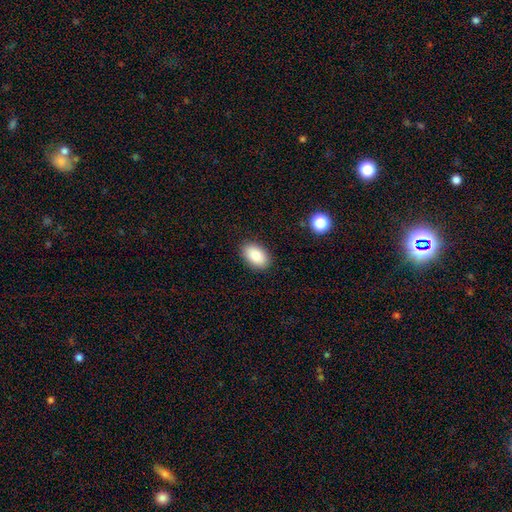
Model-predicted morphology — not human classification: This is clearly a smooth galaxy (86%). How rounded: clearly in between (92%). Merging: clearly none (89%).